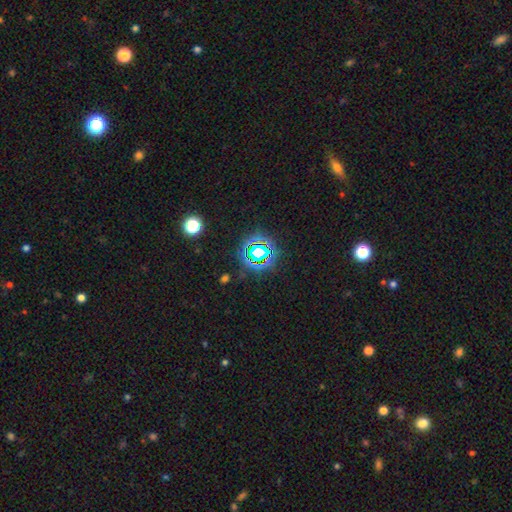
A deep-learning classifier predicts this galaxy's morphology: The model was most divided on "smooth or featured": star or artifact: 69%, smooth: 20%, featured or disk: 10%.